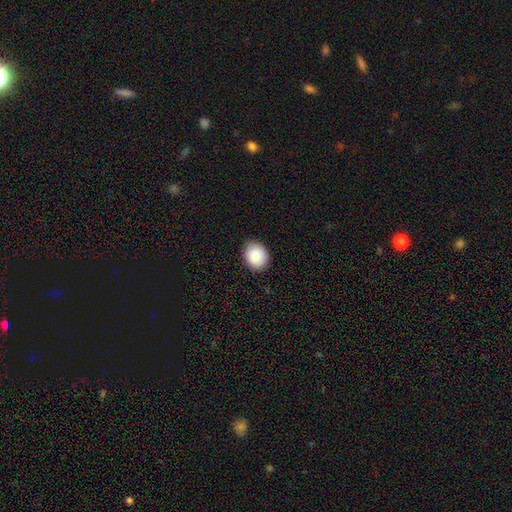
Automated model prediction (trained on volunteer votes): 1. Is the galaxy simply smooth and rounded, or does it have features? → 89% smooth, 7% star or artifact, 3% featured or disk.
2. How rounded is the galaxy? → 57% round, 42% in between, 1% cigar-shaped.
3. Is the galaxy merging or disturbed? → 84% none, 13% minor disturbance, 2% major disturbance, 1% merger.